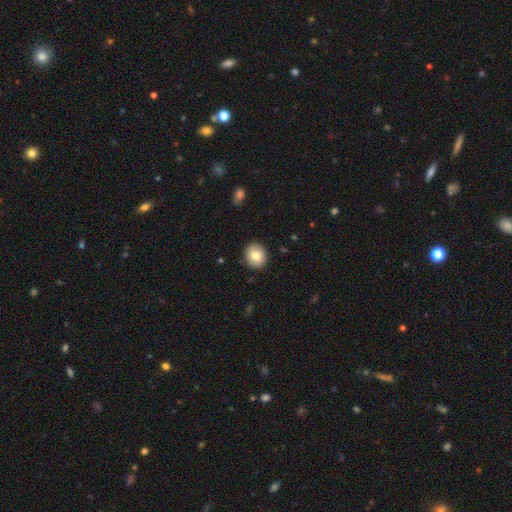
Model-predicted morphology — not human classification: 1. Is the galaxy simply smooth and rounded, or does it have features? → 78% smooth, 14% featured or disk, 8% star or artifact.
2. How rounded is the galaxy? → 71% round, 28% in between, 1% cigar-shaped.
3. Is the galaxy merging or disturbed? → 90% none, 7% minor disturbance, 2% major disturbance, 1% merger.